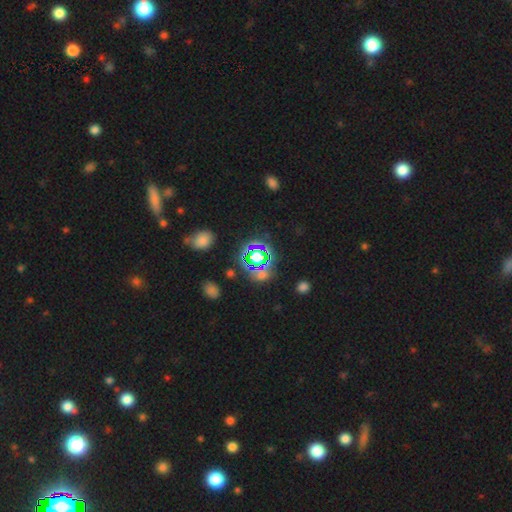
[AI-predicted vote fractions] Morphology: type=star or artifact (61%).